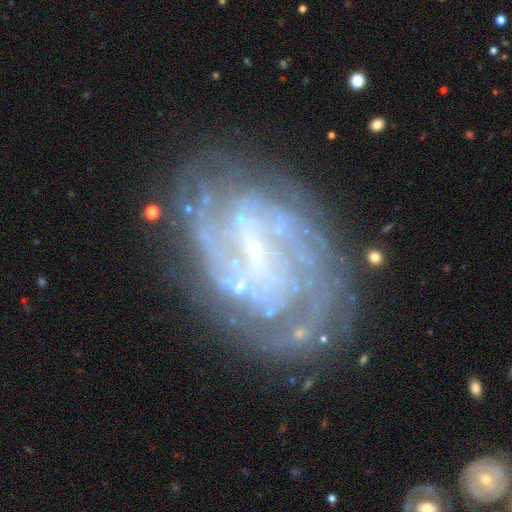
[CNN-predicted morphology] Smooth or featured? featured or disk (83%)
Edge-on disk? no (97%)
Bar? weak (45%)
Spiral arms? yes (86%)
Spiral winding? tight (62%)
Spiral arm count? can't tell (48%)
Bulge size? small (43%)
Merging? none (69%)